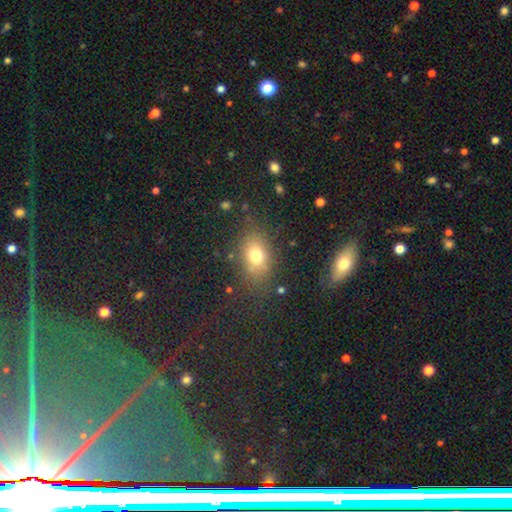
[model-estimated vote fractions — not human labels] Smooth or featured? smooth (73%)
How rounded? in between (68%)
Merging? none (75%)